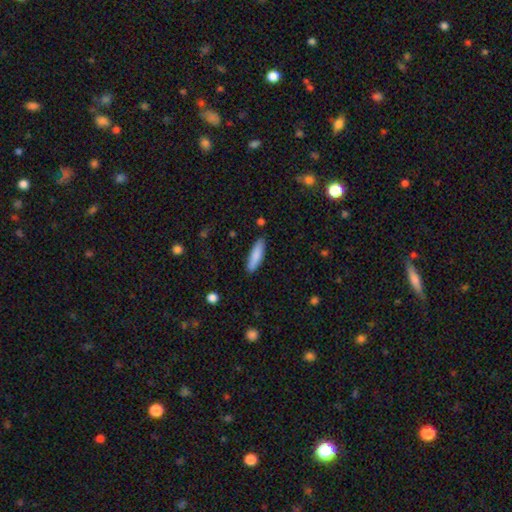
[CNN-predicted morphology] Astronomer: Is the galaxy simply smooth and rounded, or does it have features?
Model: smooth — 85%.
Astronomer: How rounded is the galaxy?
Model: cigar-shaped — 68%.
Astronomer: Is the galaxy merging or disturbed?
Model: none — 86%.